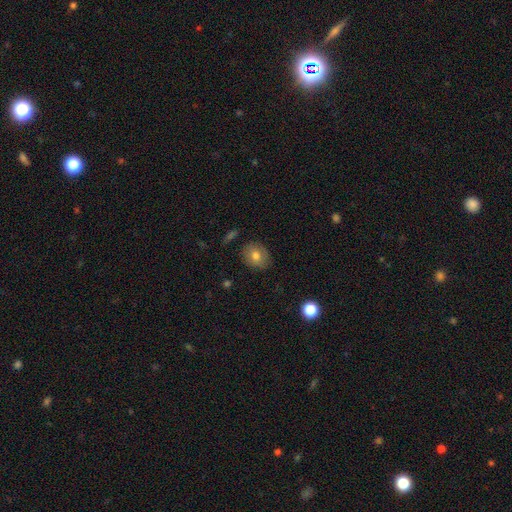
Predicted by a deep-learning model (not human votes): smooth 74%, featured or disk 17%, star or artifact 9%. Down the decision tree: how rounded — round (60%); merging — none (83%).